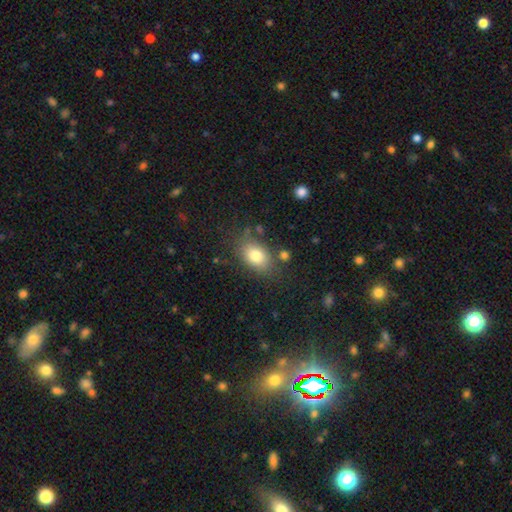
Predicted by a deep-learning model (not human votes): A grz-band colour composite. It shows a smooth galaxy with no disk features (80%) that is in between round and cigar-shaped (80%). Merging: none (72%).